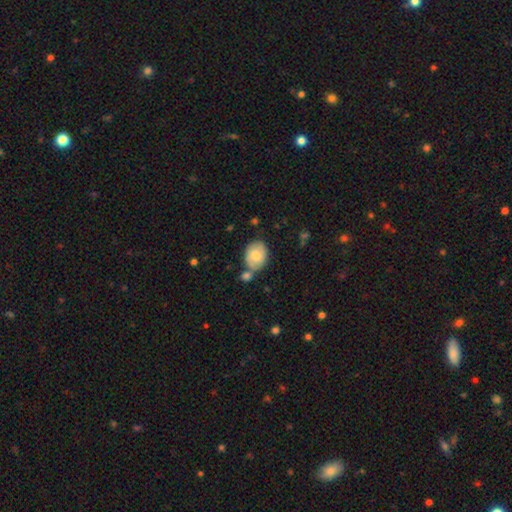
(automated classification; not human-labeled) smooth 67%, featured or disk 26%, star or artifact 7%. Down the decision tree: how rounded — in between (60%); merging — none (57%).